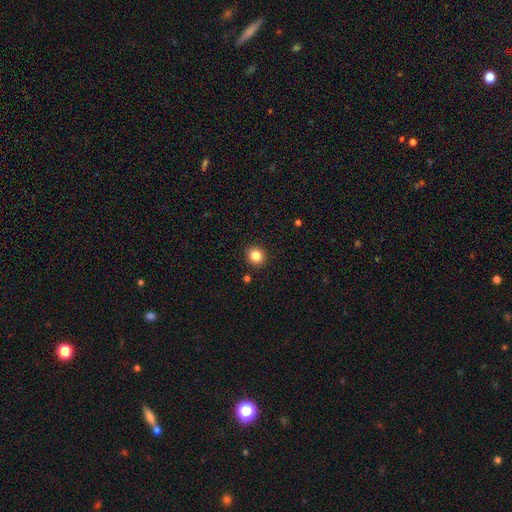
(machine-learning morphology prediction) This appears to be a smooth galaxy with no disk features (84%) that is round (87%). Merging: none (92%).